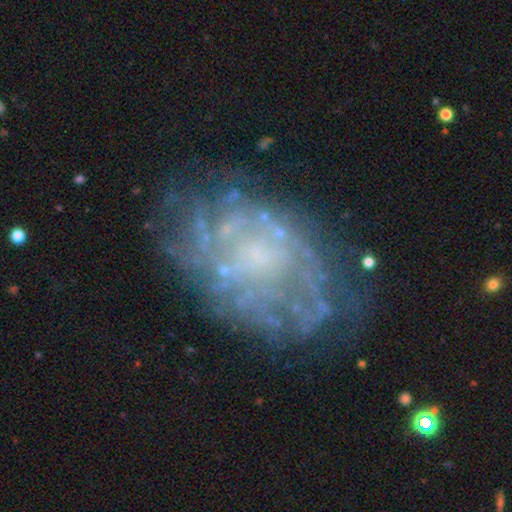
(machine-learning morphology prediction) type=featured or disk (74%); edge-on=no (97%); bar=no (82%); spiral arms=yes (58%); bulge=small (40%); merging=none (66%).